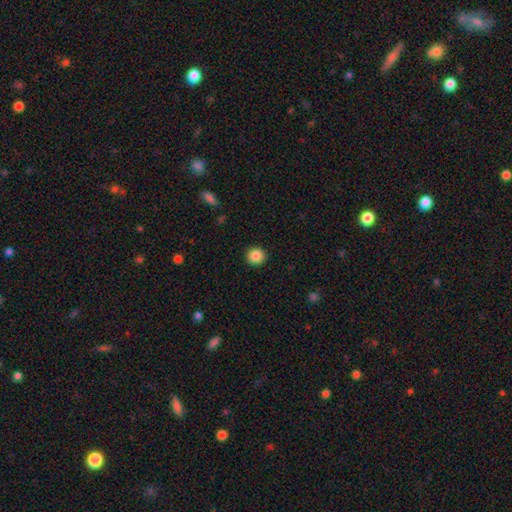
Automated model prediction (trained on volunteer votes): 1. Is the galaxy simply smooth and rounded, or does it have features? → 86% smooth, 10% star or artifact, 4% featured or disk.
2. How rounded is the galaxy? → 94% round, 5% in between, 1% cigar-shaped.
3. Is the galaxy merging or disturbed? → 92% none, 5% minor disturbance, 2% major disturbance, 1% merger.